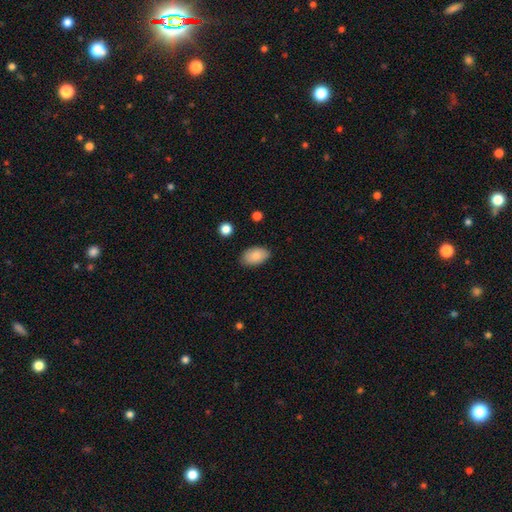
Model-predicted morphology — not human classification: smooth 86%, featured or disk 7%, star or artifact 7%. Down the decision tree: how rounded — in between (93%); merging — none (84%).